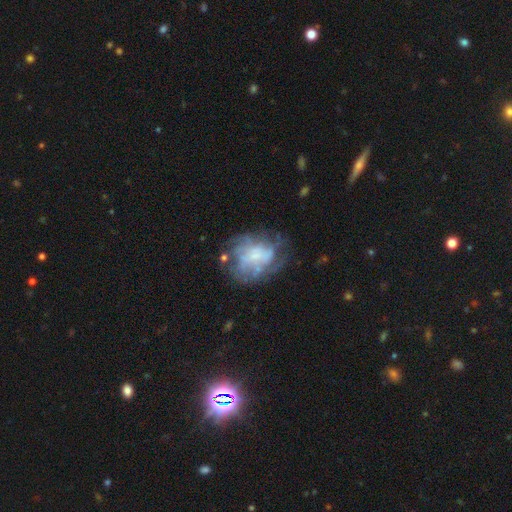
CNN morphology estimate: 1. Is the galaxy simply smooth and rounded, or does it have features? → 65% featured or disk, 25% smooth, 10% star or artifact.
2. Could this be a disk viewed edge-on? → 98% no, 2% yes.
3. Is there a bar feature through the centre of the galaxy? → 75% no, 21% weak, 4% strong.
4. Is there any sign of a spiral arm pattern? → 54% yes, 46% no.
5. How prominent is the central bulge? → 39% small, 31% none, 21% moderate, 6% large, 2% dominant.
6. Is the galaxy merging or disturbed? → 53% none, 22% major disturbance, 21% minor disturbance, 4% merger.